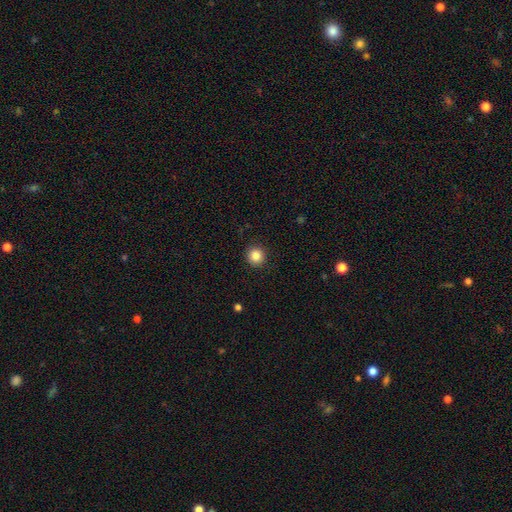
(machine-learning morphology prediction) Q: Smooth or featured?
A: smooth (86%); runner-up: star or artifact (10%)
Q: How rounded?
A: round (94%); runner-up: in between (5%)
Q: Merging?
A: none (92%); runner-up: minor disturbance (5%)